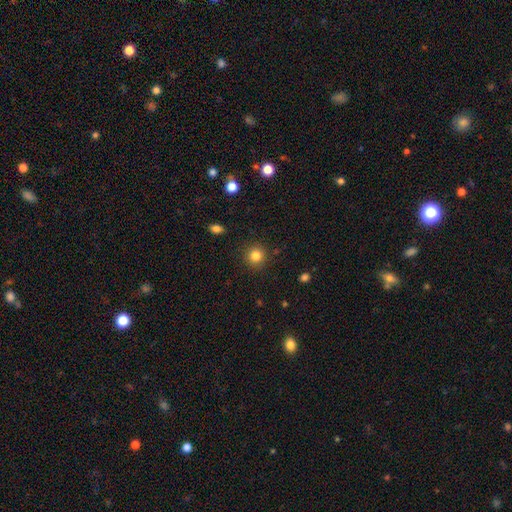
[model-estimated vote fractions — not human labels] Smooth or featured: smooth — 83% (star or artifact — 12%)
How rounded: round — 92% (in between — 7%)
Merging: none — 89% (minor disturbance — 7%)